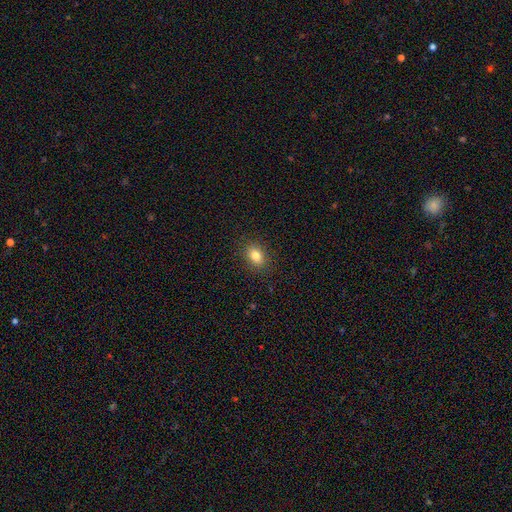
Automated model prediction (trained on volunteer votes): This appears to be a smooth galaxy with no disk features (82%) that is in between round and cigar-shaped (68%). Merging: none (89%).